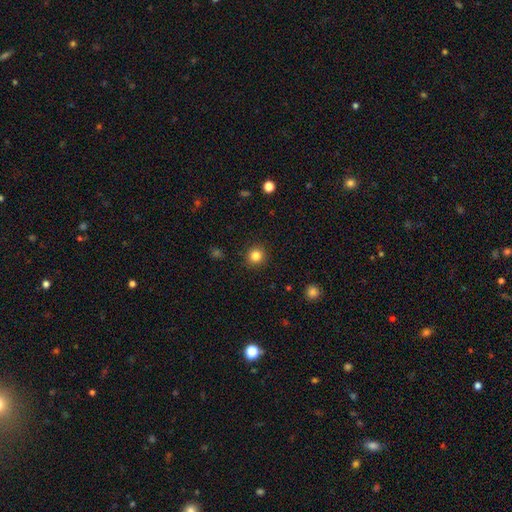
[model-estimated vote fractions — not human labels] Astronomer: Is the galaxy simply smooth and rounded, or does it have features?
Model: smooth — 83%.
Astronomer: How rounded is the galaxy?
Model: round — 92%.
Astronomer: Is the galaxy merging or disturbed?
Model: none — 91%.